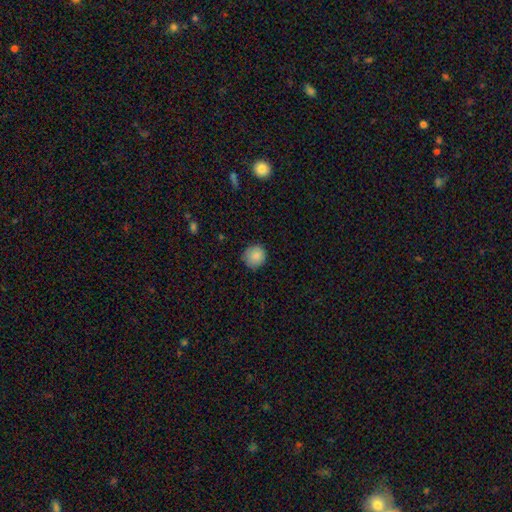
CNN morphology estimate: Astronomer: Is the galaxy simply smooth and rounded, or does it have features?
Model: smooth — 87%.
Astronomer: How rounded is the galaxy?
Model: round — 92%.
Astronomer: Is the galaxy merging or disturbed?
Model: none — 85%.